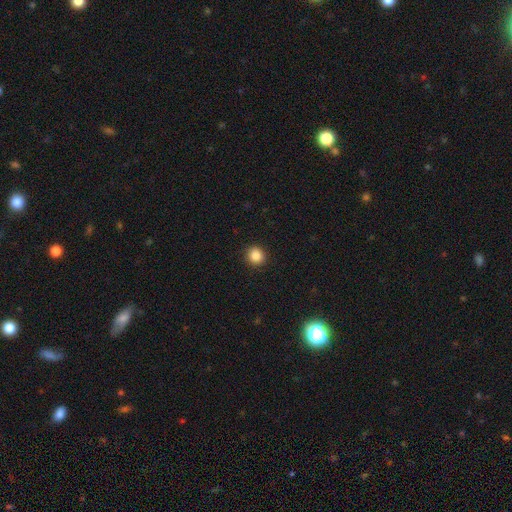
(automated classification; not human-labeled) smooth_or_featured: smooth (p=0.86) [alt: star or artifact p=0.10]
how_rounded: round (p=0.91) [alt: in between p=0.08]
merging: none (p=0.92) [alt: minor disturbance p=0.05]